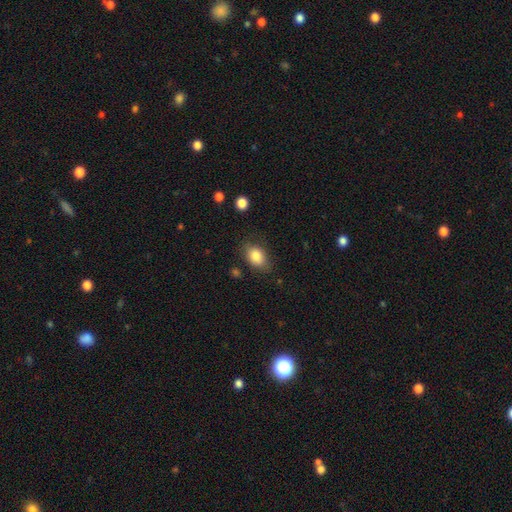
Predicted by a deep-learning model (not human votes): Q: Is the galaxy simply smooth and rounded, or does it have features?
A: smooth — 83%.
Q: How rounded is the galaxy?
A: in between — 83%.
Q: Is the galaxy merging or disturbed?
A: none — 76%.